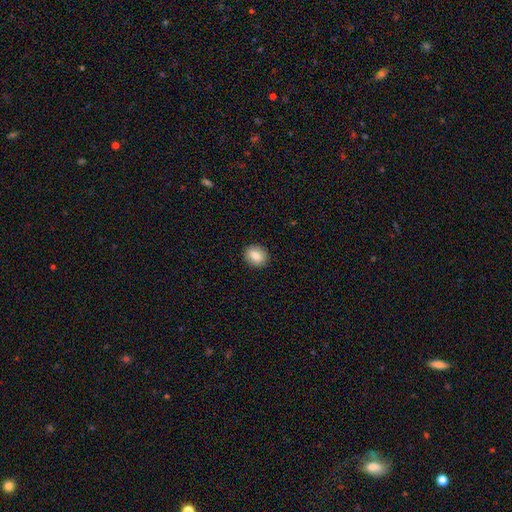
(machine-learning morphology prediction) Smooth or featured: smooth — 84% (featured or disk — 8%)
How rounded: round — 56% (in between — 43%)
Merging: none — 90% (minor disturbance — 7%)